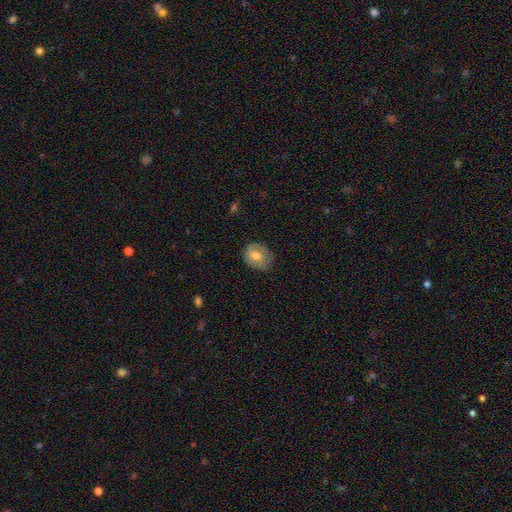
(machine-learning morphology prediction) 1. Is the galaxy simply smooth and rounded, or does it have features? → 61% smooth, 32% featured or disk, 7% star or artifact.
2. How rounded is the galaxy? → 56% in between, 43% round, 1% cigar-shaped.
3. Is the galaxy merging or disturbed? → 75% none, 18% minor disturbance, 6% major disturbance, 1% merger.